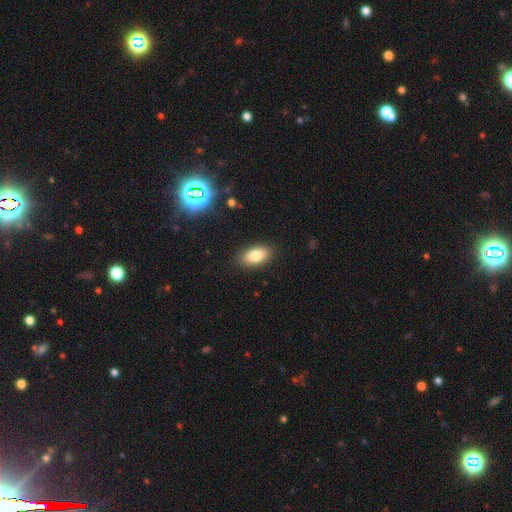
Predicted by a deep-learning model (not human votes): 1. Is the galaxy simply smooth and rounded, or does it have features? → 82% smooth, 10% featured or disk, 8% star or artifact.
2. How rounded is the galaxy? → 91% in between, 5% cigar-shaped, 4% round.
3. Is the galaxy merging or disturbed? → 88% none, 9% minor disturbance, 2% major disturbance, 1% merger.